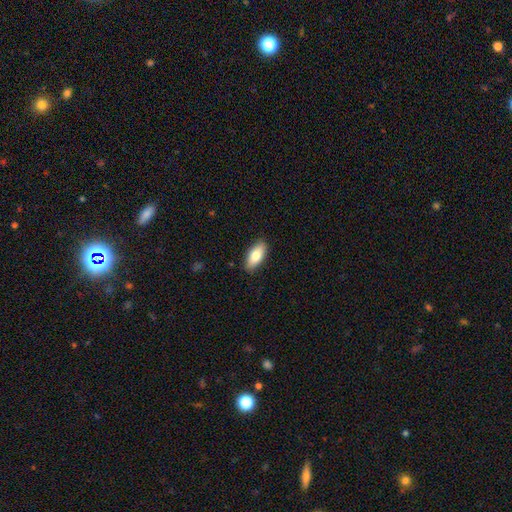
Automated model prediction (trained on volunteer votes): Smooth or featured: smooth — 79% (featured or disk — 15%)
How rounded: in between — 84% (cigar-shaped — 13%)
Merging: none — 88% (minor disturbance — 9%)